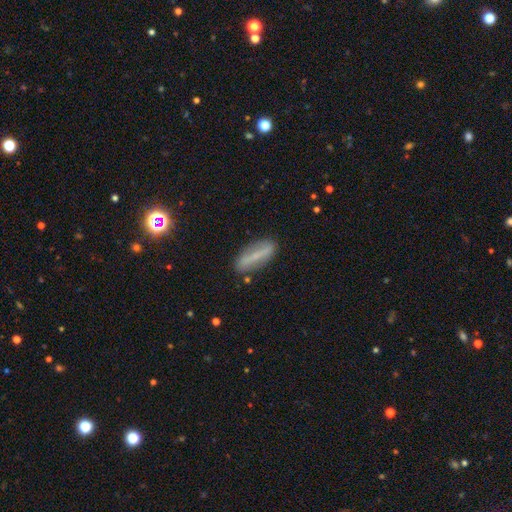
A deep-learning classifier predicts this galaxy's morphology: type=smooth (49%); merging=none (82%).